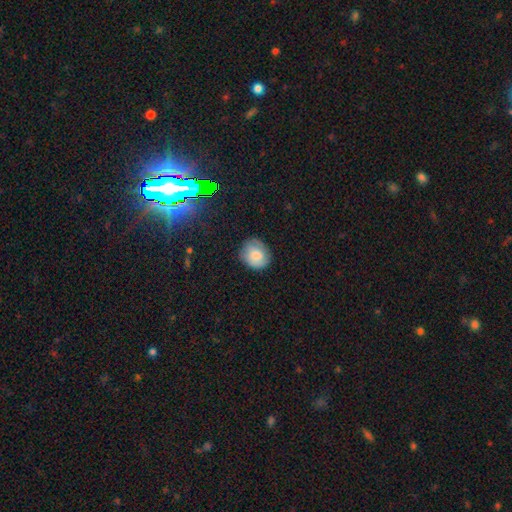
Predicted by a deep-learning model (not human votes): Smooth or featured? Predicted: smooth (p=0.68). How rounded? Predicted: round (p=0.70). Merging? Predicted: none (p=0.79).